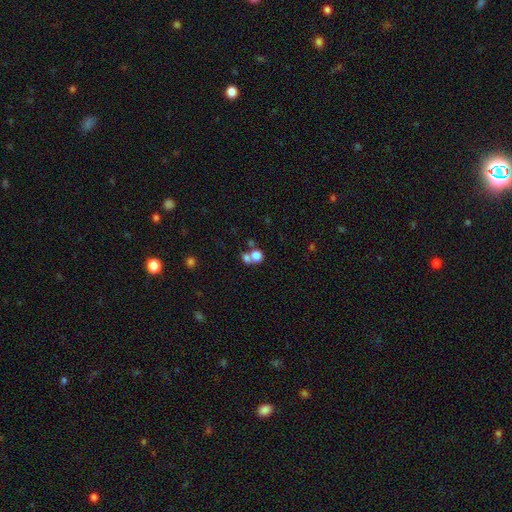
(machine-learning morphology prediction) smooth 77%, star or artifact 12%, featured or disk 11%. Down the decision tree: how rounded — round (73%); merging — merger (51%).